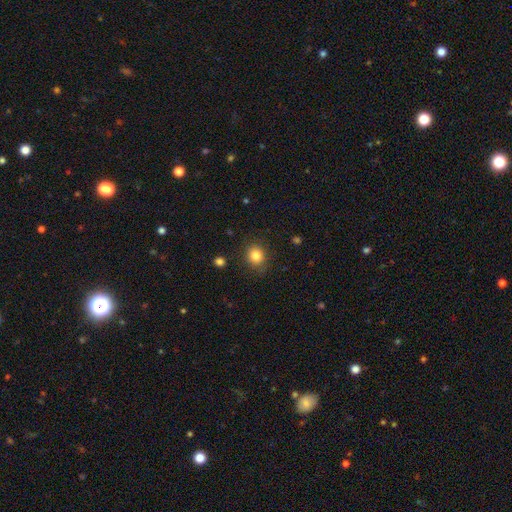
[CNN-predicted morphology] Smooth or featured? Predicted: smooth (p=0.84). How rounded? Predicted: round (p=0.77). Merging? Predicted: none (p=0.85).